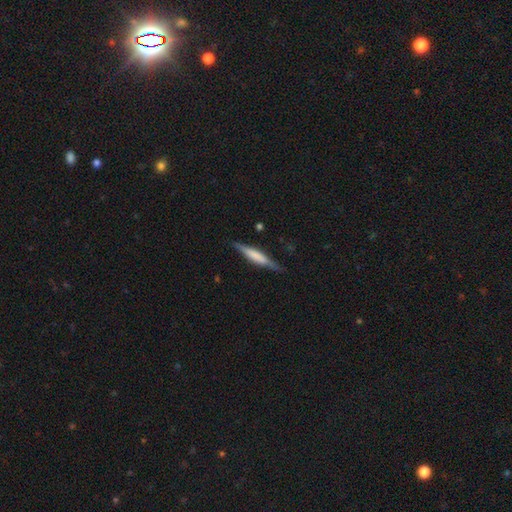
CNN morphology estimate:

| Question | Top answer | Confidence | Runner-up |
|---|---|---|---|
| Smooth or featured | featured or disk | 49% | smooth (45%) |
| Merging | none | 83% | minor disturbance (13%) |